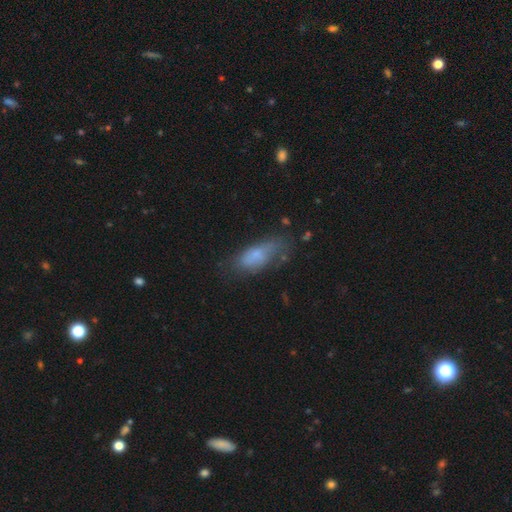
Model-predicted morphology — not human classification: Smooth or featured? Predicted: smooth (p=0.70). How rounded? Predicted: in between (p=0.75). Merging? Predicted: none (p=0.49).